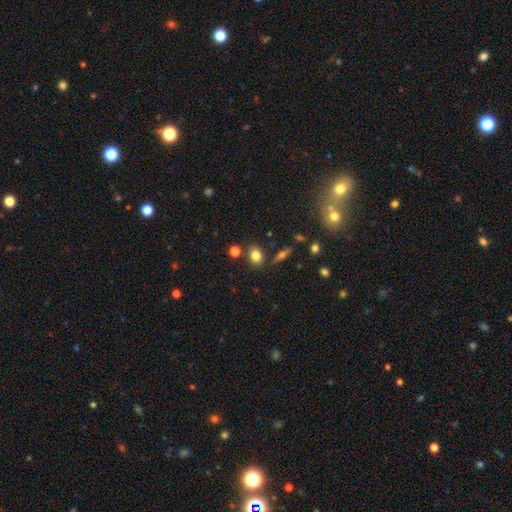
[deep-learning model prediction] This is likely a smooth galaxy (78%). How rounded: likely in between (60%). Merging: likely none (77%).